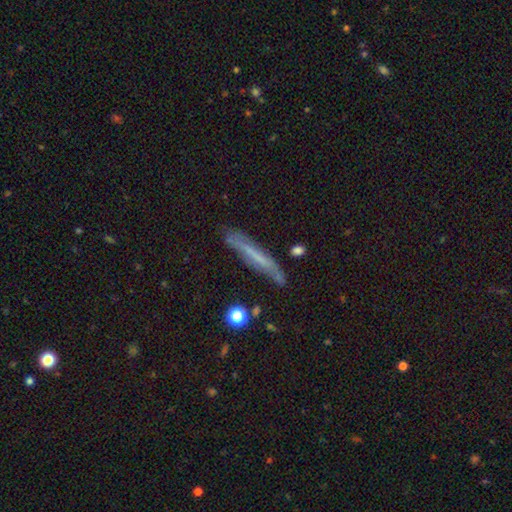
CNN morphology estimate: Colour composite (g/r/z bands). It shows a featured or disk galaxy (47%). Merging: none (74%).